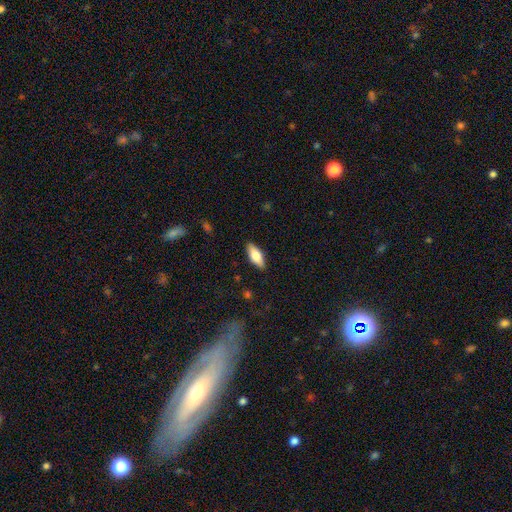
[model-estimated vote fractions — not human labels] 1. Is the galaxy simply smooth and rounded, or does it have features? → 72% smooth, 21% featured or disk, 6% star or artifact.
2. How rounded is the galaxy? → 78% in between, 20% cigar-shaped, 2% round.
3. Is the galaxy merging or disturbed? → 88% none, 9% minor disturbance, 2% major disturbance, 1% merger.